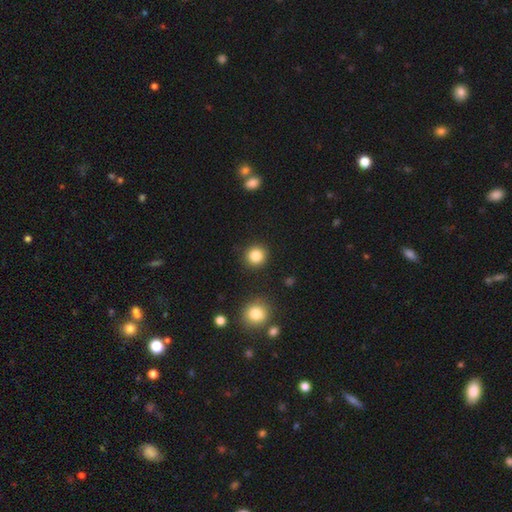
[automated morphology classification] smooth 84%, star or artifact 11%, featured or disk 5%. Down the decision tree: how rounded — round (92%); merging — none (90%).